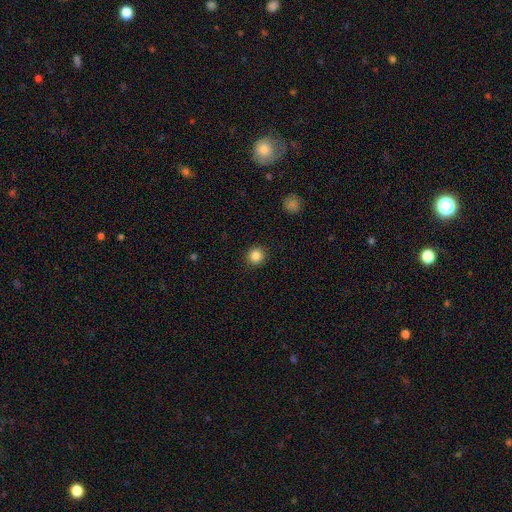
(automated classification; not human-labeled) Overall: smooth (85%). How rounded: round (94%). Merging: none (92%).